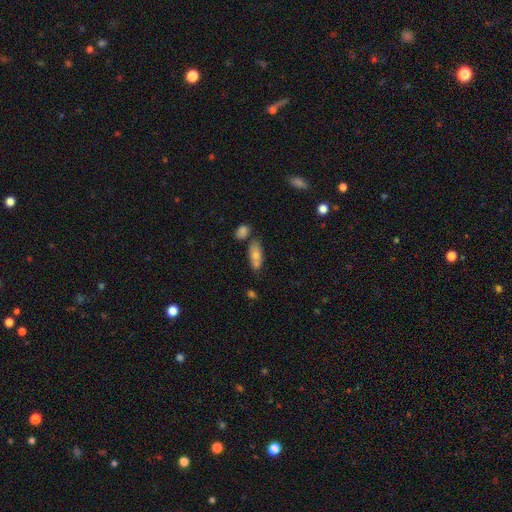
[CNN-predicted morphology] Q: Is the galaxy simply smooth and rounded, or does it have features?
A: smooth — 73%.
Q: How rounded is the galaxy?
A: in between — 77%.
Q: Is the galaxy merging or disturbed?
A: none — 55%.